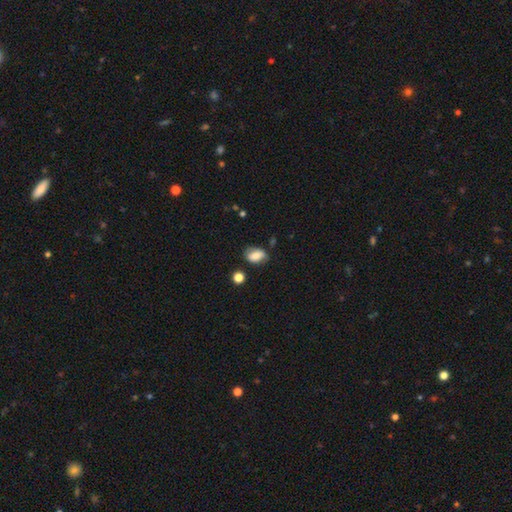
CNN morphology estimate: smooth 76%, featured or disk 15%, star or artifact 9%. Down the decision tree: how rounded — in between (84%); merging — none (64%).